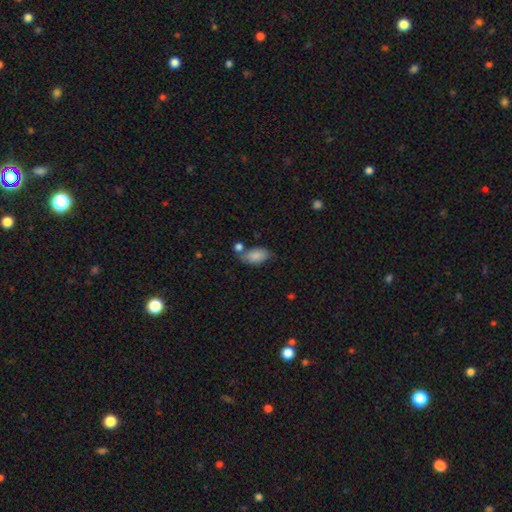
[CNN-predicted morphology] The model was most divided on "merging": none: 58%, minor disturbance: 19%, merger: 18%, major disturbance: 5%. More confident: how rounded — in between (93%); smooth or featured — smooth (86%).